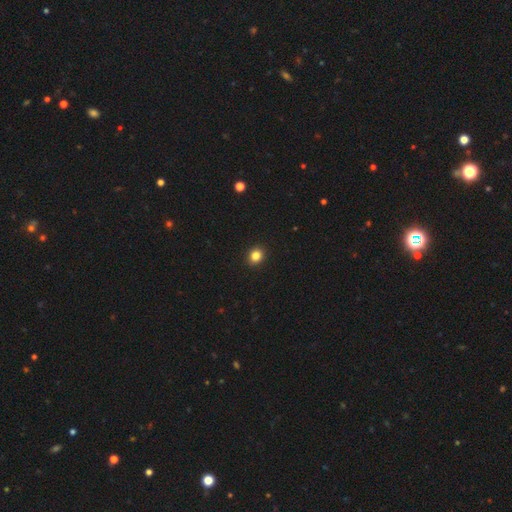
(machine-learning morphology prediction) smooth_or_featured: smooth (p=0.84) [alt: star or artifact p=0.11]
how_rounded: round (p=0.70) [alt: in between p=0.30]
merging: none (p=0.93) [alt: minor disturbance p=0.05]